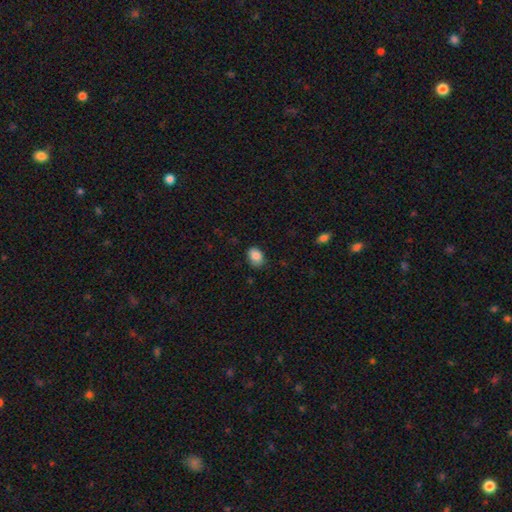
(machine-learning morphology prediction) smooth-or-featured: smooth: 87% | star or artifact: 8% | featured or disk: 5%
  how-rounded: in between: 71% | round: 28% | cigar-shaped: 1%
  merging: none: 80% | minor disturbance: 16% | major disturbance: 3% | merger: 1%